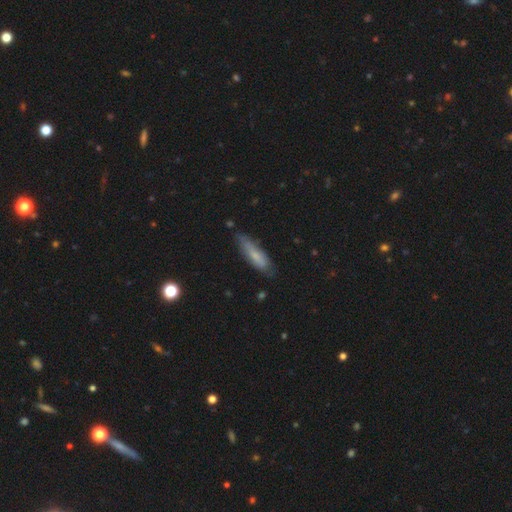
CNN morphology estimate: Smooth or featured: smooth — 67% (featured or disk — 27%)
How rounded: cigar-shaped — 63% (in between — 36%)
Merging: none — 67% (minor disturbance — 26%)